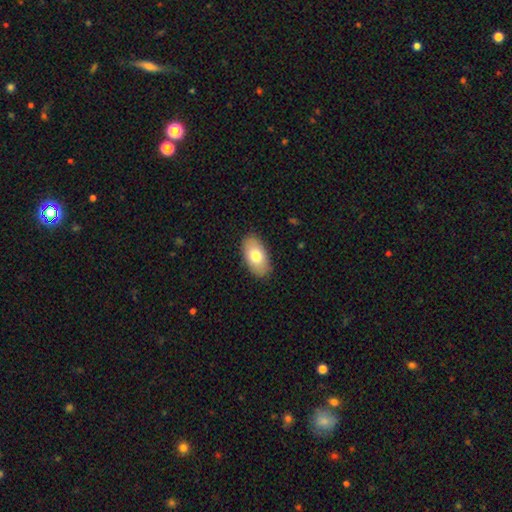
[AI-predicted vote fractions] smooth 75%, featured or disk 19%, star or artifact 6%. Down the decision tree: how rounded — in between (94%); merging — none (87%).